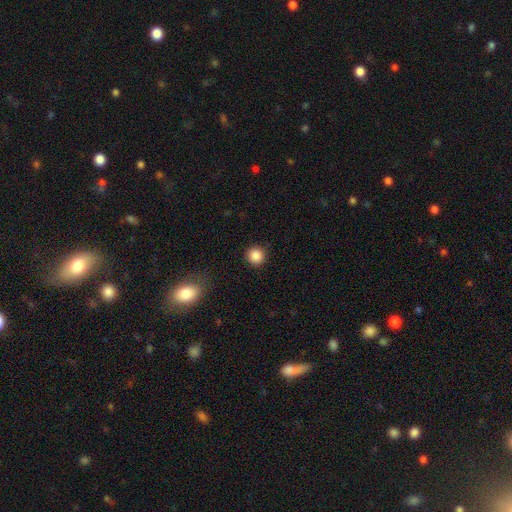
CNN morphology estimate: Smooth or featured? smooth (87%)
How rounded? round (94%)
Merging? none (90%)